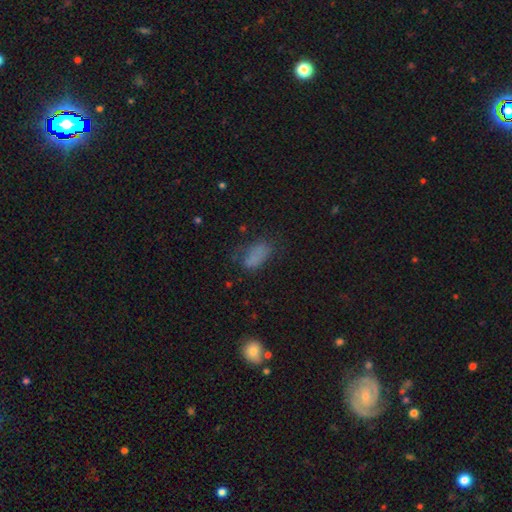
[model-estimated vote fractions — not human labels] Q: Smooth or featured?
A: smooth (72%); runner-up: star or artifact (15%)
Q: How rounded?
A: in between (90%); runner-up: round (6%)
Q: Merging?
A: none (49%); runner-up: minor disturbance (27%)